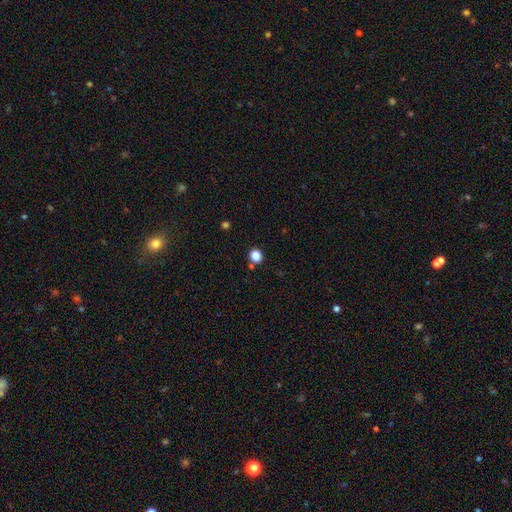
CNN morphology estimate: Smooth or featured: smooth — 84% (star or artifact — 13%)
How rounded: round — 85% (in between — 14%)
Merging: none — 82% (minor disturbance — 8%)